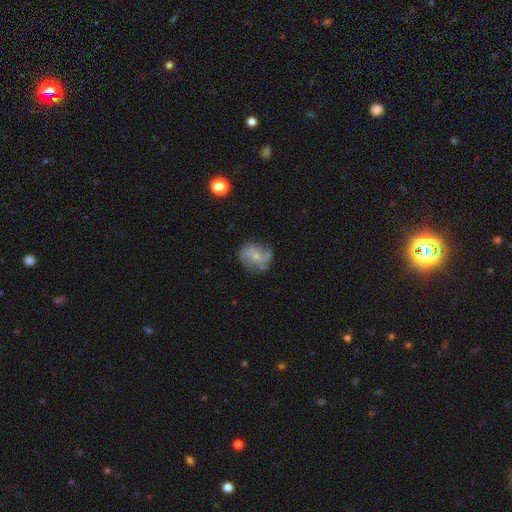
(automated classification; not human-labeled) smooth-or-featured: featured or disk: 58% | smooth: 33% | star or artifact: 9%
  disk-edge-on: no: 97% | yes: 3%
    bar: no: 71% | weak: 25% | strong: 4%
    has-spiral-arms: yes: 84% | no: 16%
    bulge-size: small: 66% | moderate: 25% | none: 6% | large: 1% | dominant: 1%
  merging: none: 64% | minor disturbance: 23% | major disturbance: 11% | merger: 2%